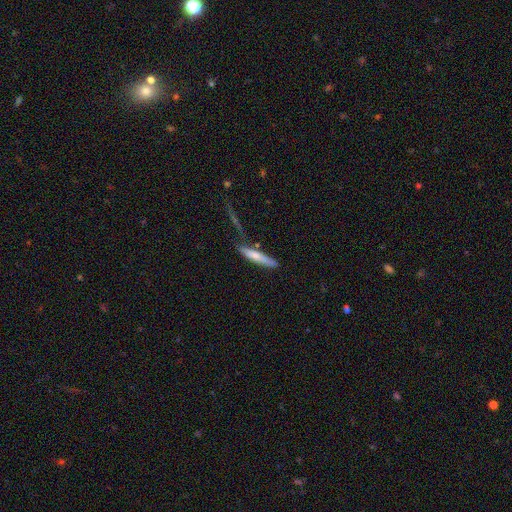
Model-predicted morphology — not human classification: smooth-or-featured: smooth: 64% | featured or disk: 30% | star or artifact: 6%
  how-rounded: cigar-shaped: 90% | in between: 9% | round: 2%
  merging: none: 64% | minor disturbance: 19% | merger: 10% | major disturbance: 7%